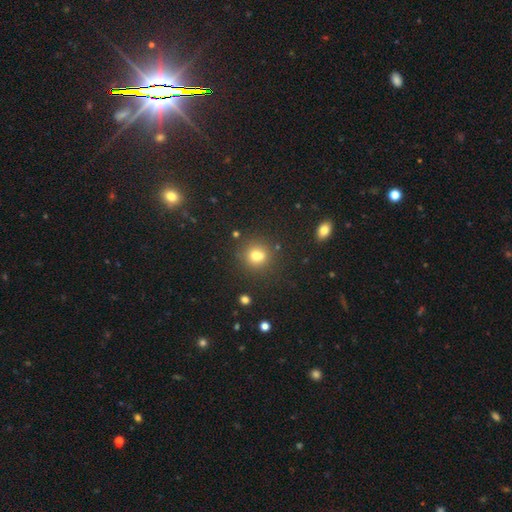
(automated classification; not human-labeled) The model was most divided on "merging": none: 66%, merger: 19%, minor disturbance: 12%, major disturbance: 4%. More confident: how rounded — round (82%); smooth or featured — smooth (72%).